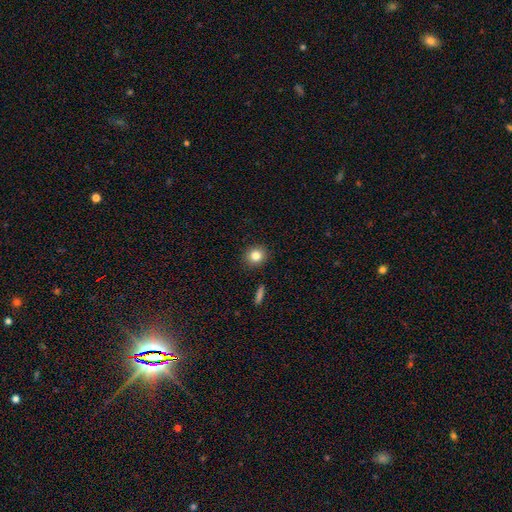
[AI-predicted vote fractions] Smooth or featured? Predicted: smooth (p=0.82). How rounded? Predicted: round (p=0.84). Merging? Predicted: none (p=0.90).